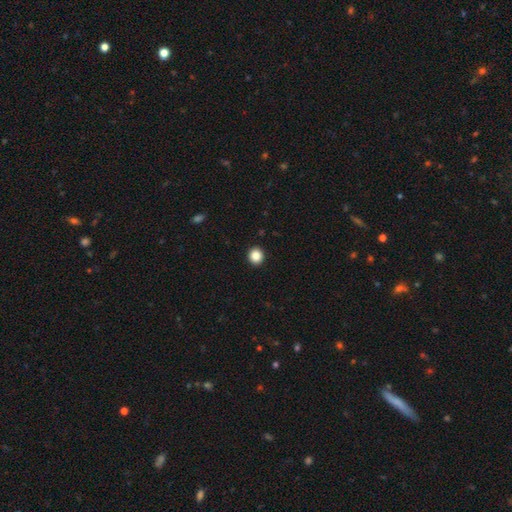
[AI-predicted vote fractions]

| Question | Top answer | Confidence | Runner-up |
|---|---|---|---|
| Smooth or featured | smooth | 86% | star or artifact (10%) |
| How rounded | round | 90% | in between (9%) |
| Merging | none | 93% | minor disturbance (4%) |